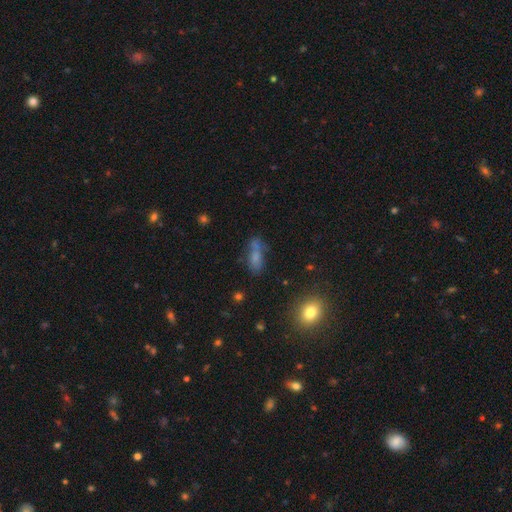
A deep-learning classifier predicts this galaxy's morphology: Overall: smooth (66%). How rounded: in between (68%). Merging: none (51%; merger 21%).